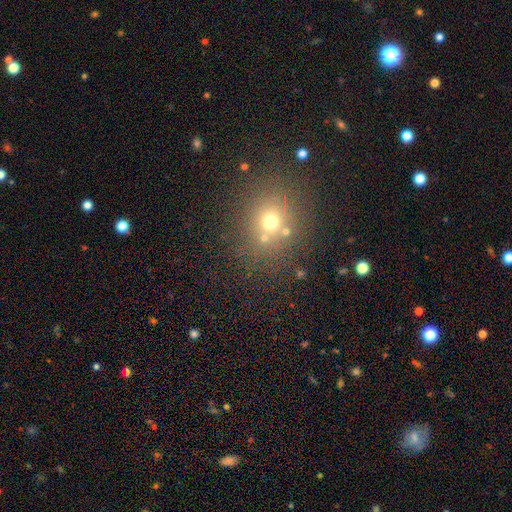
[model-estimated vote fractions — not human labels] Smooth or featured?
  - smooth: 55% *
  - star or artifact: 31%
  - featured or disk: 14%
How rounded?
  - round: 79% *
  - in between: 20%
  - cigar-shaped: 1%
Merging?
  - none: 67% *
  - merger: 21%
  - minor disturbance: 9%
  - major disturbance: 4%